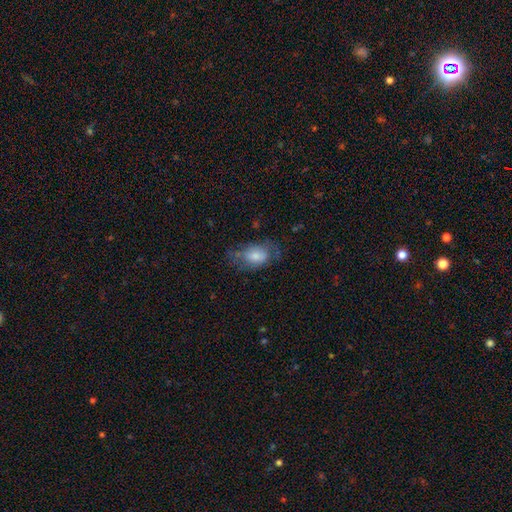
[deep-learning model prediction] Morphology: type=smooth (64%); roundness=in between (86%); merging=none (48%).